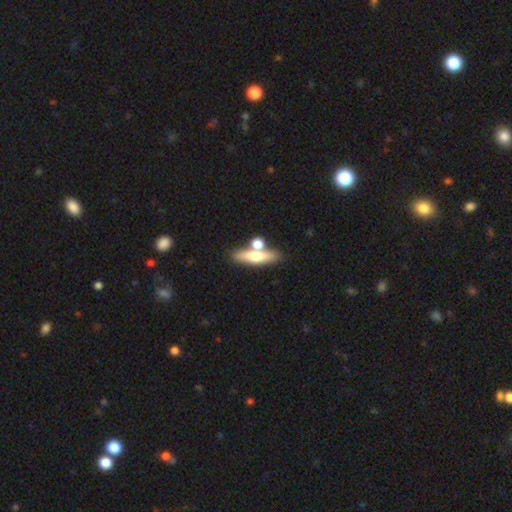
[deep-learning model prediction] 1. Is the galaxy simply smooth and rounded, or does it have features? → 54% smooth, 38% featured or disk, 8% star or artifact.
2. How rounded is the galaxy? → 57% cigar-shaped, 35% in between, 8% round.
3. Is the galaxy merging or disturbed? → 60% none, 27% merger, 10% minor disturbance, 4% major disturbance.